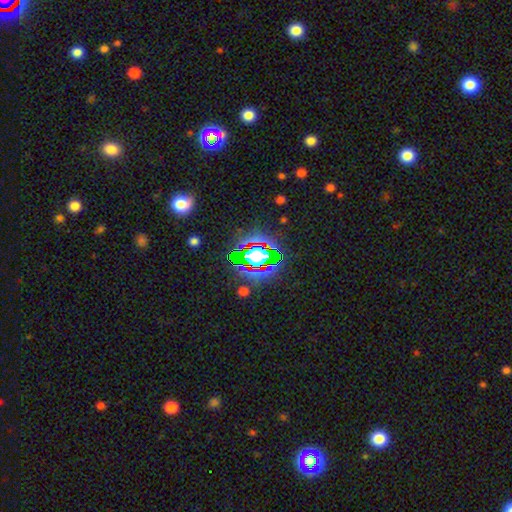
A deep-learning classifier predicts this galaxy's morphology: Smooth or featured: star or artifact — 64% (smooth — 23%)